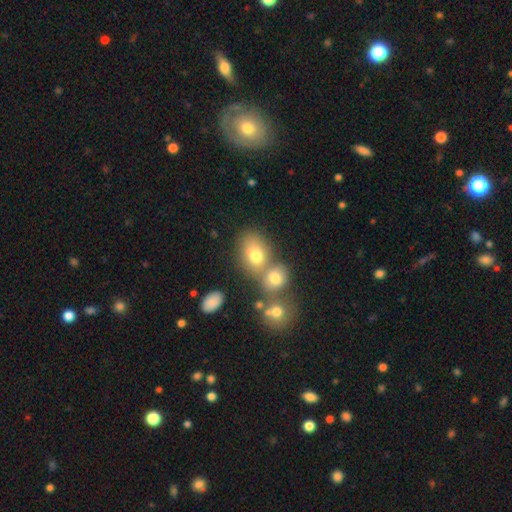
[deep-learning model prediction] smooth_or_featured: smooth (p=0.74) [alt: featured or disk p=0.14]
how_rounded: in between (p=0.60) [alt: round p=0.39]
merging: none (p=0.45) [alt: merger p=0.39]